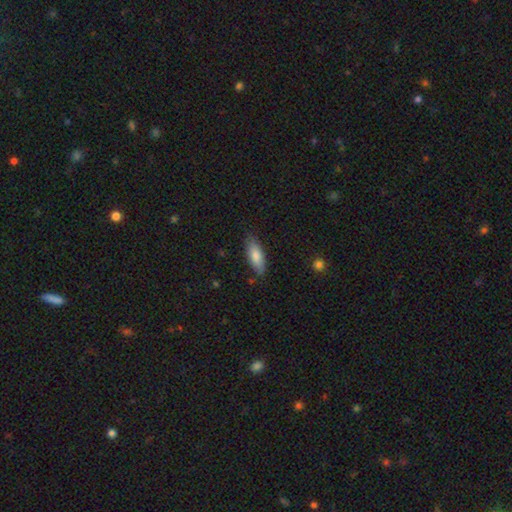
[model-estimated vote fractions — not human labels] smooth 80%, featured or disk 14%, star or artifact 6%. Down the decision tree: how rounded — in between (67%); merging — none (83%).